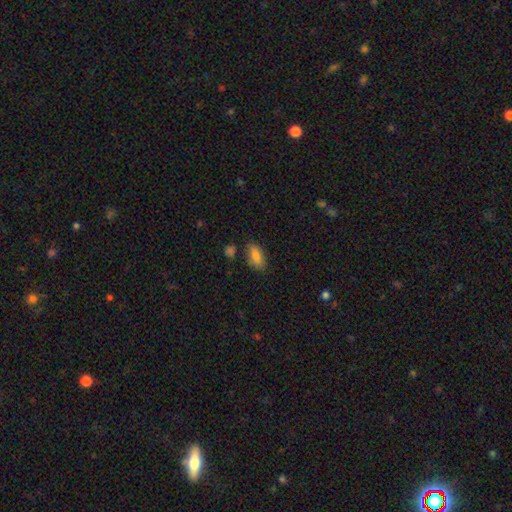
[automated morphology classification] smooth_or_featured: smooth (p=0.82) [alt: featured or disk p=0.10]
how_rounded: in between (p=0.88) [alt: cigar-shaped p=0.08]
merging: none (p=0.74) [alt: minor disturbance p=0.17]